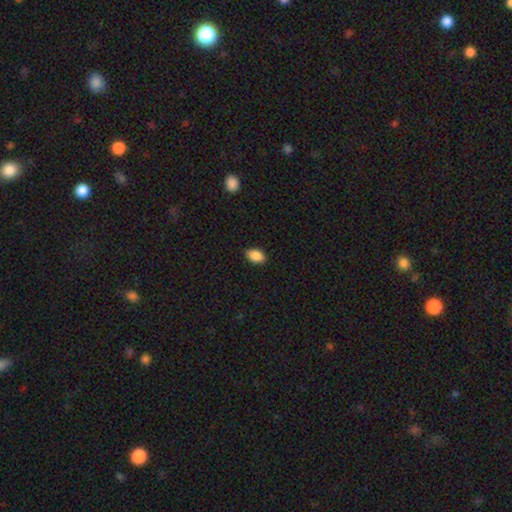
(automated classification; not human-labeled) A smooth galaxy with no disk features (88%) that is in between round and cigar-shaped (87%). Merging: none (86%).